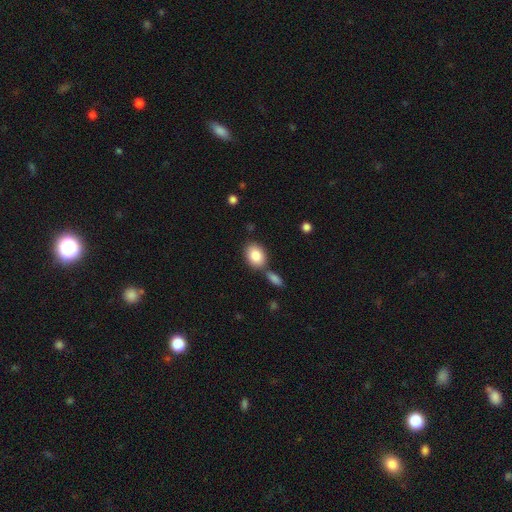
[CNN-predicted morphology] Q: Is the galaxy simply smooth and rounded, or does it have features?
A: smooth — 85%.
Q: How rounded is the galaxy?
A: in between — 74%.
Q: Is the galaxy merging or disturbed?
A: none — 64%.